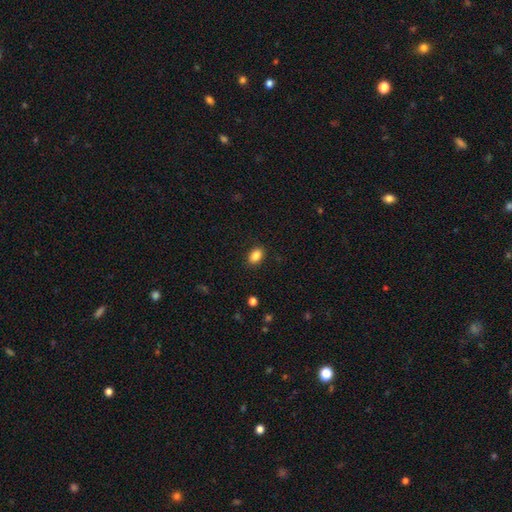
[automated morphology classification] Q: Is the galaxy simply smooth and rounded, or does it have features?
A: smooth — 86%.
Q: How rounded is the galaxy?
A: in between — 81%.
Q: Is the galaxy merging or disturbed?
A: none — 89%.